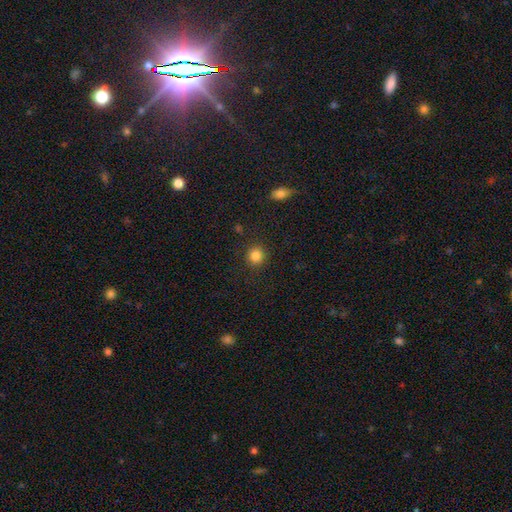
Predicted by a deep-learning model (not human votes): Smooth or featured?
  - smooth: 85% *
  - star or artifact: 11%
  - featured or disk: 4%
How rounded?
  - round: 91% *
  - in between: 9%
  - cigar-shaped: 1%
Merging?
  - none: 90% *
  - minor disturbance: 6%
  - major disturbance: 3%
  - merger: 1%